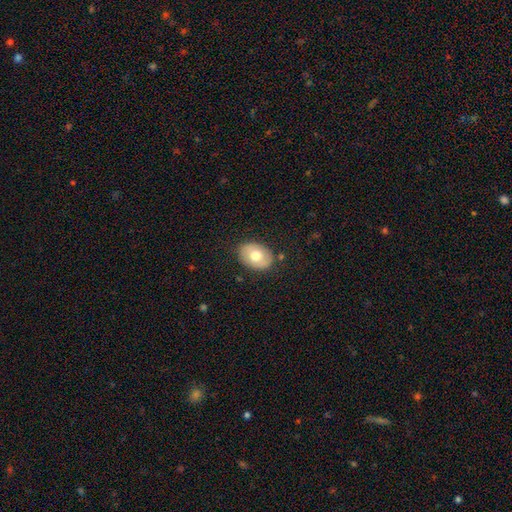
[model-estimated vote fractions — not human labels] This appears to be a smooth galaxy with no disk features (69%) that is in between round and cigar-shaped (76%). Merging: none (85%).